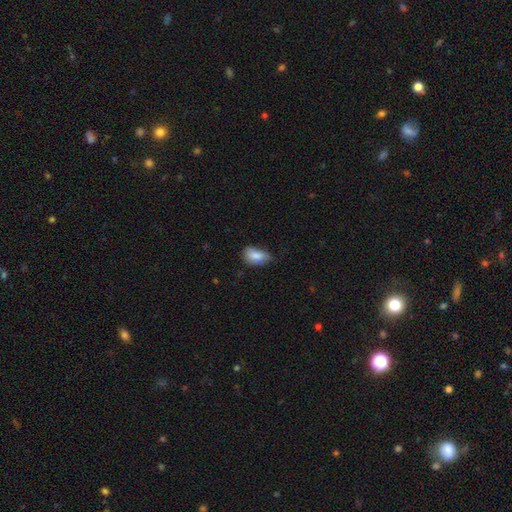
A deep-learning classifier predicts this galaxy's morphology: Smooth or featured?
  - smooth: 83% *
  - featured or disk: 9%
  - star or artifact: 8%
How rounded?
  - in between: 89% *
  - round: 9%
  - cigar-shaped: 2%
Merging?
  - none: 47% *
  - minor disturbance: 40%
  - major disturbance: 10%
  - merger: 2%